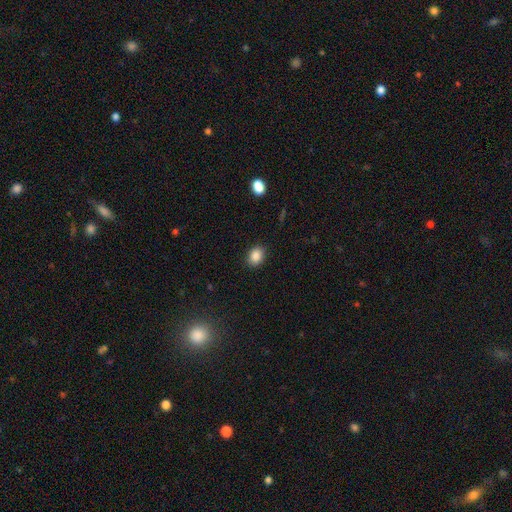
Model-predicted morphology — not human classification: Smooth or featured? smooth (87%)
How rounded? in between (60%)
Merging? none (87%)